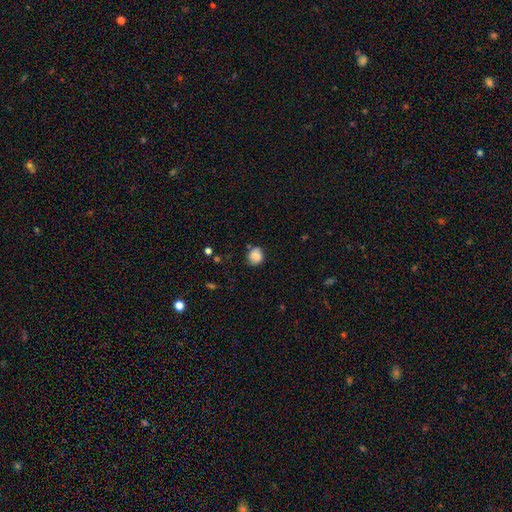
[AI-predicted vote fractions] Smooth or featured? smooth (83%)
How rounded? round (74%)
Merging? none (73%)